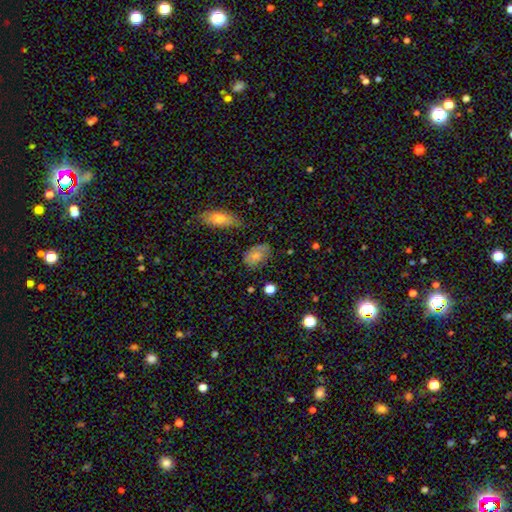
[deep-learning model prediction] Smooth or featured? smooth (73%)
How rounded? in between (86%)
Merging? none (64%)